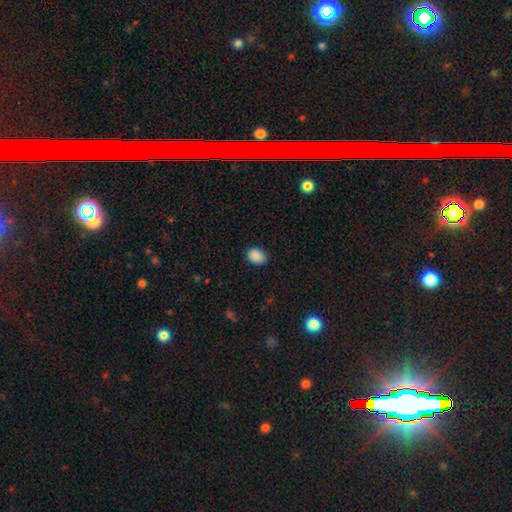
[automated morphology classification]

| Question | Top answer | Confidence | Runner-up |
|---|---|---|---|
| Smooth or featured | smooth | 89% | star or artifact (8%) |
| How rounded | in between | 68% | round (31%) |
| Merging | none | 82% | minor disturbance (14%) |